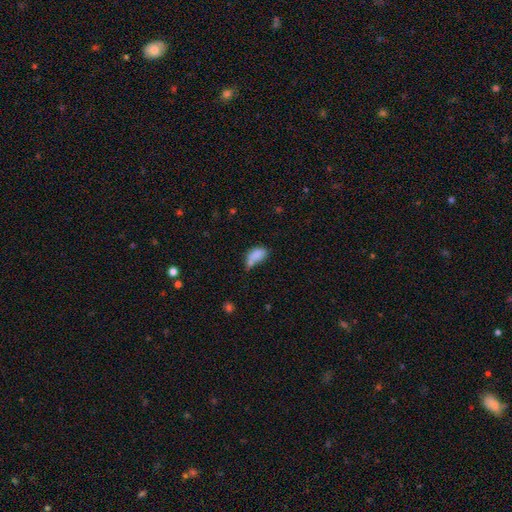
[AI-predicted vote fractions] smooth_or_featured: smooth (p=0.80) [alt: featured or disk p=0.10]
how_rounded: in between (p=0.90) [alt: round p=0.07]
merging: none (p=0.32) [alt: merger p=0.30]